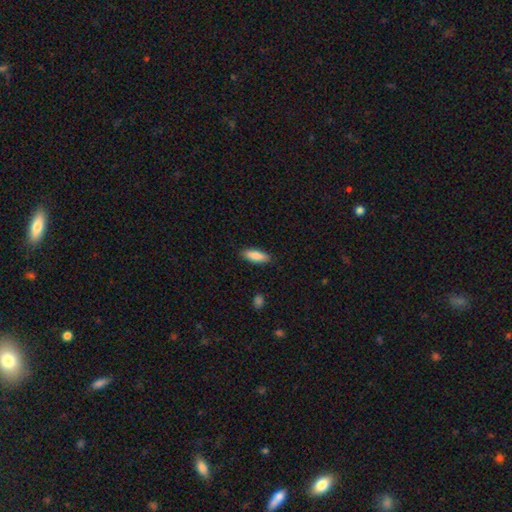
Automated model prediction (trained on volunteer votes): Morphology: type=smooth (87%); roundness=in between (63%); merging=none (89%).